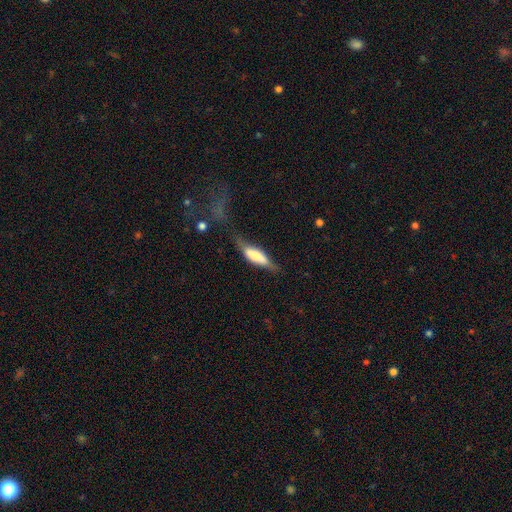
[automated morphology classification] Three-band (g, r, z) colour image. It shows a smooth galaxy with no disk features (62%) that is cigar-shaped (49%, tied with in between). Merging: major disturbance (32%).